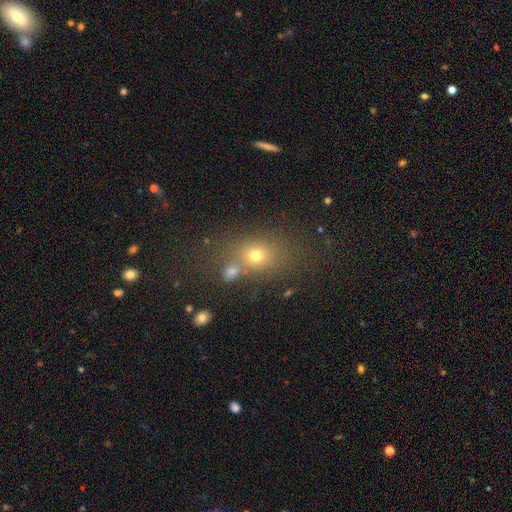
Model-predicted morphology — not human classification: smooth_or_featured: smooth (p=0.67) [alt: star or artifact p=0.19]
how_rounded: round (p=0.50) [alt: in between p=0.48]
merging: none (p=0.57) [alt: merger p=0.24]